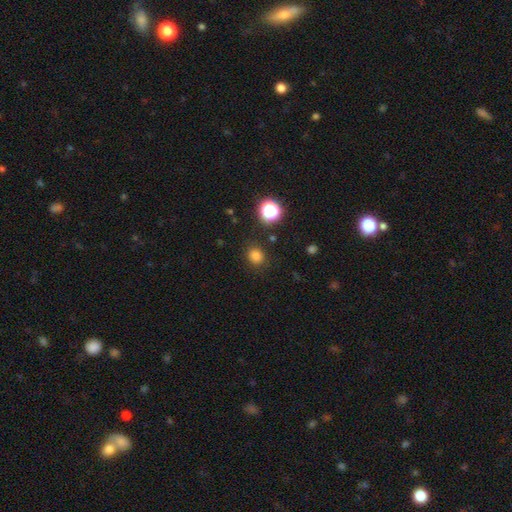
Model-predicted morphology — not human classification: smooth 80%, star or artifact 16%, featured or disk 4%. Down the decision tree: how rounded — round (82%); merging — none (86%).